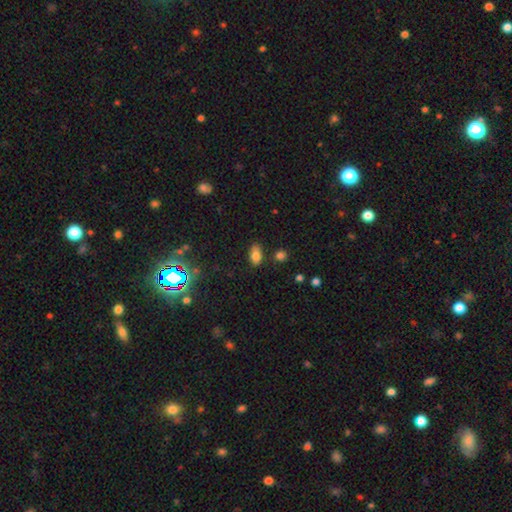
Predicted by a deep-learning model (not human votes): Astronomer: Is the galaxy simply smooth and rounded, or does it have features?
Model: smooth — 78%.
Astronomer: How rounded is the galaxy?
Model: in between — 89%.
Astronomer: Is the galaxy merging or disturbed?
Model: none — 73%.